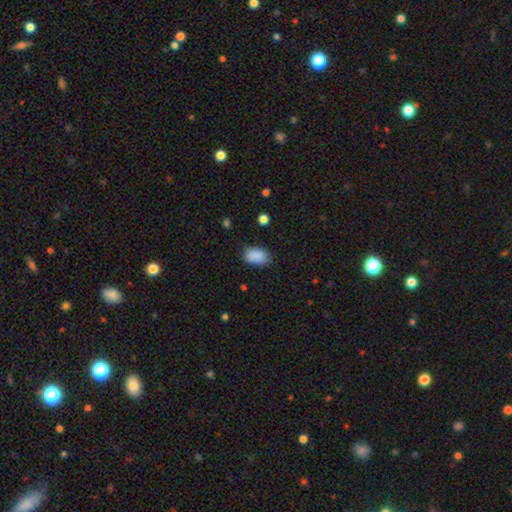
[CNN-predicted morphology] This appears to be a smooth galaxy with no disk features (89%) that is in between round and cigar-shaped (89%). Merging: none (76%).